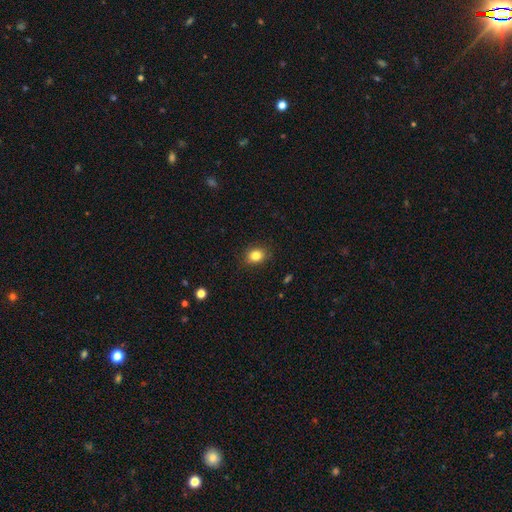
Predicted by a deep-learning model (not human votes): Overall: smooth (83%). How rounded: round (52%; in between 47%). Merging: none (86%).